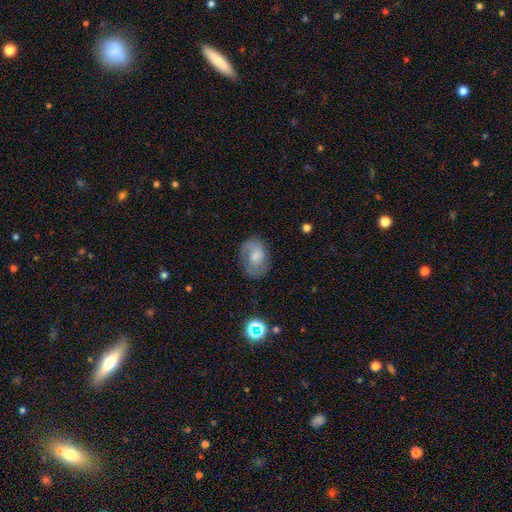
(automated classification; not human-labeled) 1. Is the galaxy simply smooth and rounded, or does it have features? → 48% featured or disk, 43% smooth, 9% star or artifact.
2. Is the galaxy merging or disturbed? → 67% none, 21% minor disturbance, 11% major disturbance, 2% merger.